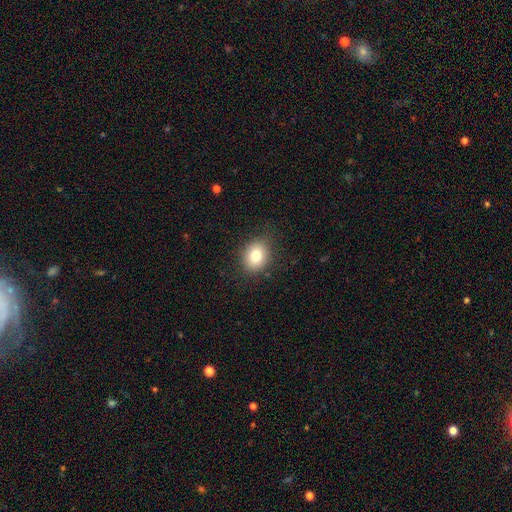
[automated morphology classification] Smooth or featured? Predicted: smooth (p=0.80). How rounded? Predicted: round (p=0.55). Merging? Predicted: none (p=0.83).